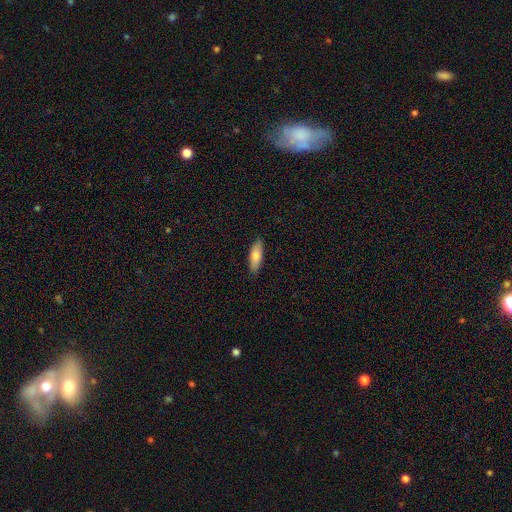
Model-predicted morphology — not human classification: smooth 79%, featured or disk 15%, star or artifact 6%. Down the decision tree: how rounded — in between (56%); merging — none (88%).